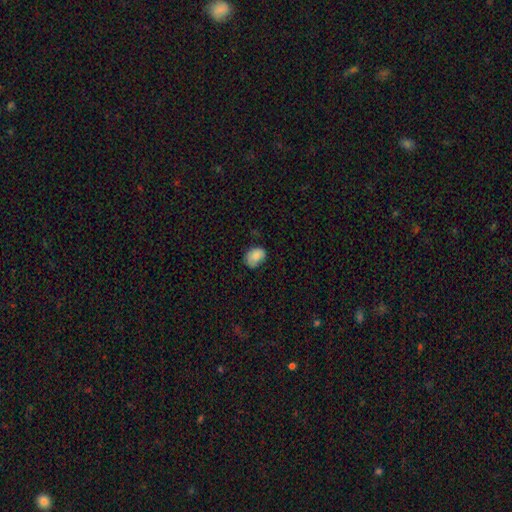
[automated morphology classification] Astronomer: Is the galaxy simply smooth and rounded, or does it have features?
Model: smooth — 83%.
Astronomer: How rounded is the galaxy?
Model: in between — 71%.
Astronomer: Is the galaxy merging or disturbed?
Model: none — 58% (runner-up: minor disturbance, 33%).